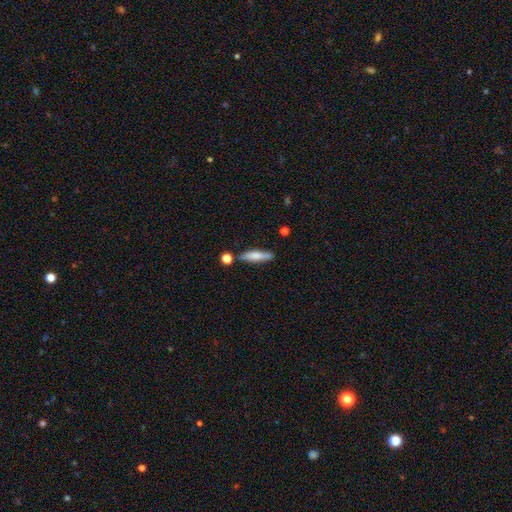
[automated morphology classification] Smooth or featured? smooth (69%)
How rounded? cigar-shaped (78%)
Merging? none (75%)